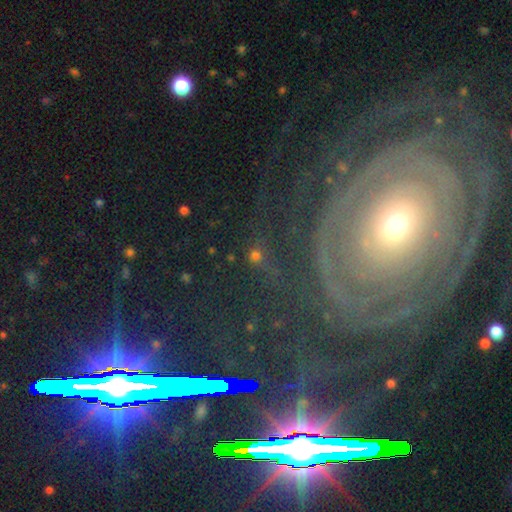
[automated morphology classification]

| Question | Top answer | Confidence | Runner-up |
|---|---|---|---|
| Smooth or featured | star or artifact | 45% | tied: smooth (45%) |